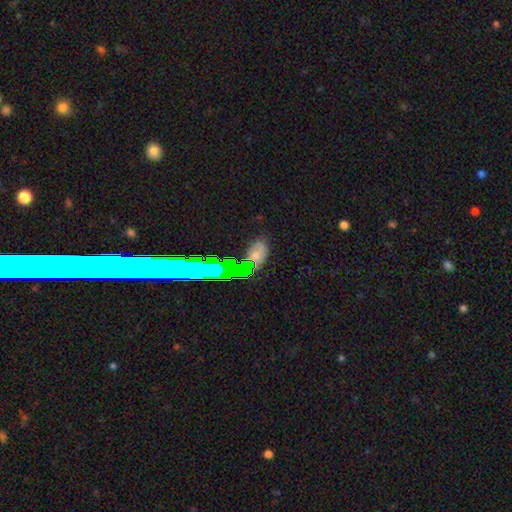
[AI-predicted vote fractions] Morphology: type=smooth (44%); merging=none (66%).